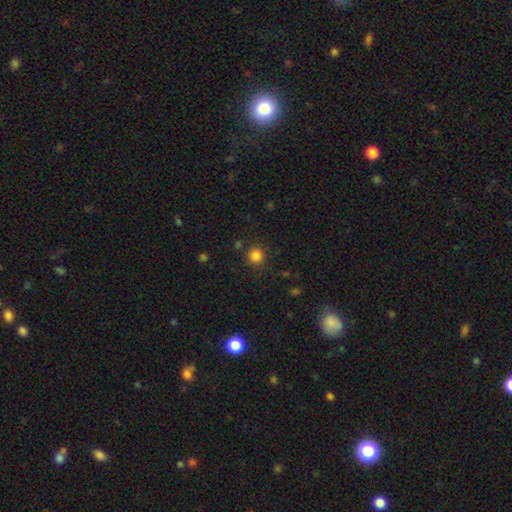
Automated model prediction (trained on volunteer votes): This is clearly a smooth galaxy (83%). How rounded: clearly round (93%). Merging: clearly none (86%).